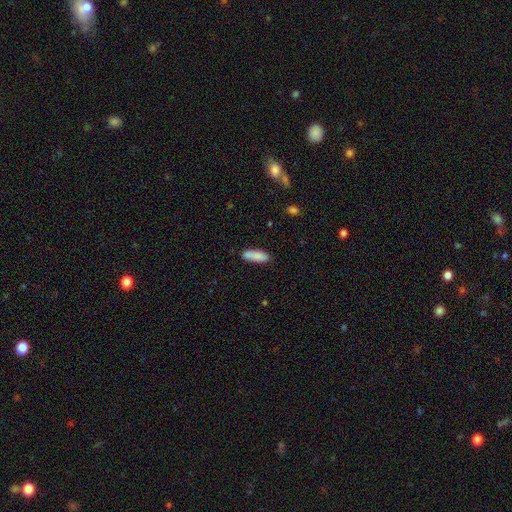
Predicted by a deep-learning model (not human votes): Smooth or featured? smooth (86%)
How rounded? in between (60%)
Merging? none (78%)